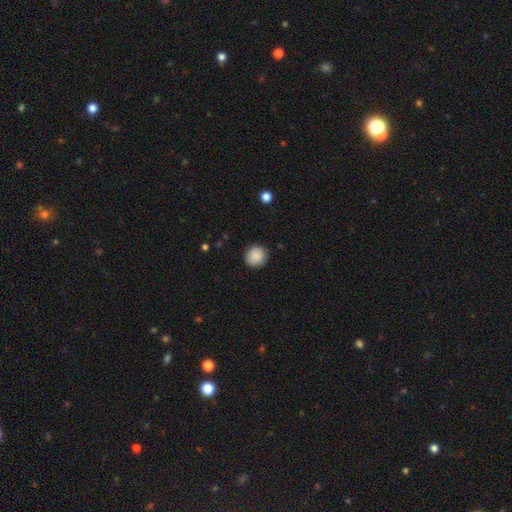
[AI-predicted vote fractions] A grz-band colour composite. It shows a smooth galaxy with no disk features (90%) that is round (92%). Merging: none (90%).